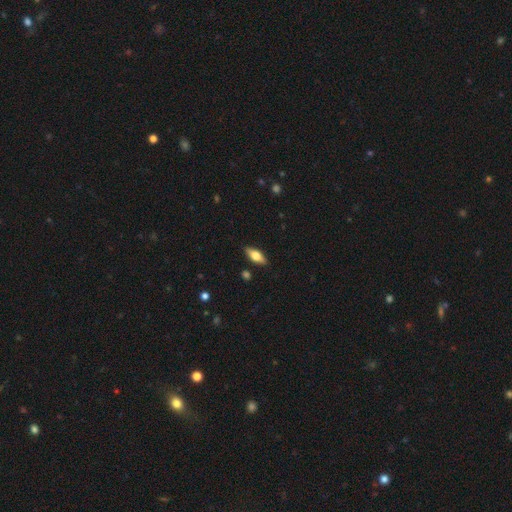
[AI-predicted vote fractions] smooth-or-featured: smooth: 63% | featured or disk: 30% | star or artifact: 6%
  how-rounded: in between: 75% | cigar-shaped: 22% | round: 3%
  merging: none: 88% | minor disturbance: 9% | major disturbance: 2% | merger: 1%